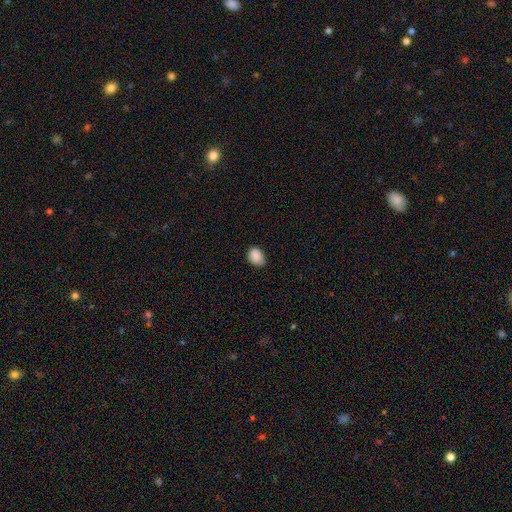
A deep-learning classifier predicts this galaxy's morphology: smooth 89%, star or artifact 8%, featured or disk 3%. Down the decision tree: how rounded — in between (71%); merging — none (72%).